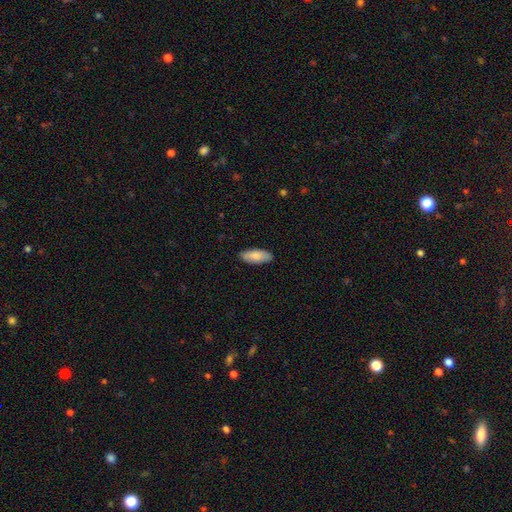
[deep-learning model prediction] Smooth or featured? smooth (83%)
How rounded? in between (81%)
Merging? none (88%)